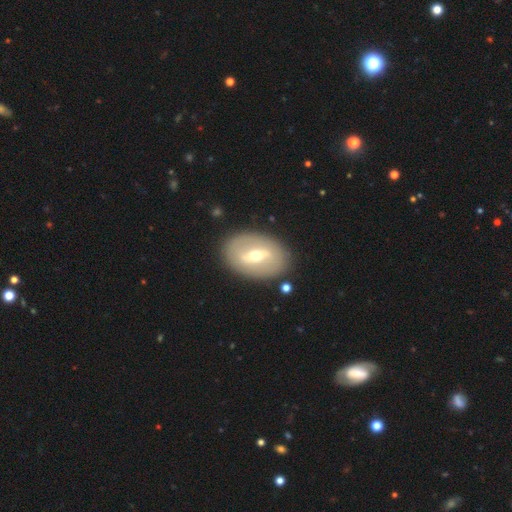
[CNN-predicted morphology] Smooth or featured?
  - featured or disk: 64% *
  - smooth: 30%
  - star or artifact: 6%
Edge-on disk?
  - no: 88% *
  - yes: 12%
Bar?
  - strong: 54% *
  - weak: 34%
  - no: 11%
Spiral arms?
  - no: 76% *
  - yes: 24%
Bulge size?
  - moderate: 65% *
  - small: 28%
  - large: 5%
  - dominant: 1%
  - none: 1%
Merging?
  - none: 86% *
  - minor disturbance: 9%
  - major disturbance: 3%
  - merger: 2%